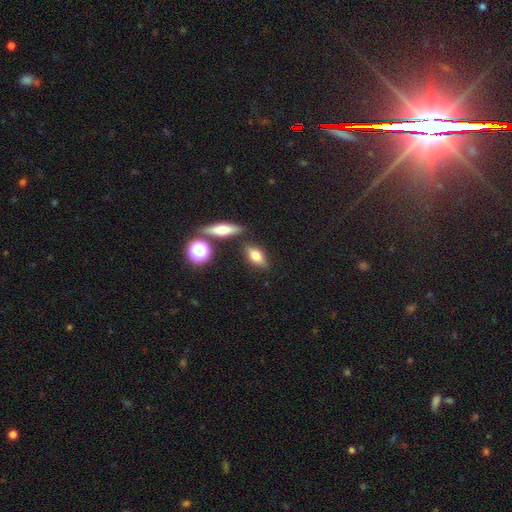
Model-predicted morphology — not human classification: Smooth or featured? smooth (69%)
How rounded? in between (73%)
Merging? none (77%)